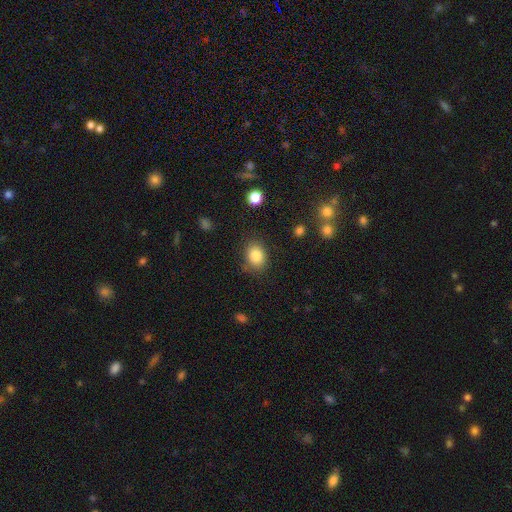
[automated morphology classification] Smooth or featured: smooth — 84% (star or artifact — 9%)
How rounded: in between — 58% (round — 42%)
Merging: none — 81% (minor disturbance — 13%)